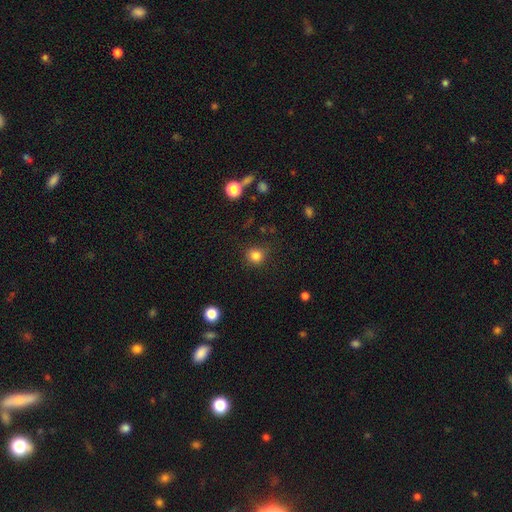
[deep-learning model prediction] Q: Smooth or featured?
A: smooth (83%); runner-up: star or artifact (12%)
Q: How rounded?
A: round (88%); runner-up: in between (11%)
Q: Merging?
A: none (84%); runner-up: minor disturbance (11%)